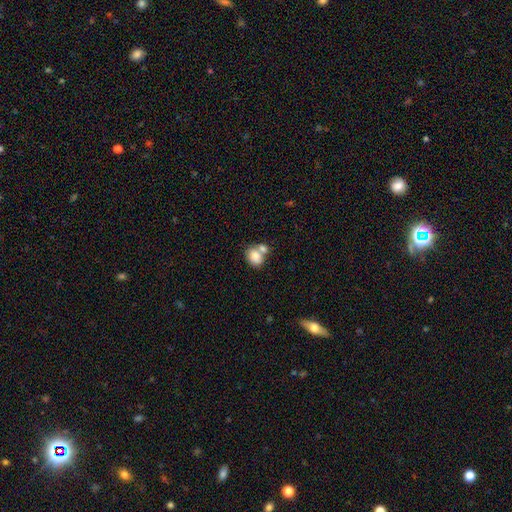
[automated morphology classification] This is clearly a smooth galaxy (82%). How rounded: likely in between (60%). Merging: possibly merger (48%).